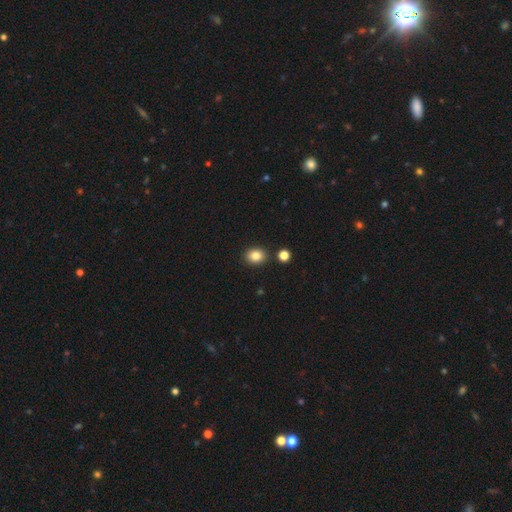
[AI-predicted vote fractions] The model was most divided on "how rounded": in between: 52%, round: 47%, cigar-shaped: 1%. More confident: merging — none (85%); smooth or featured — smooth (84%).